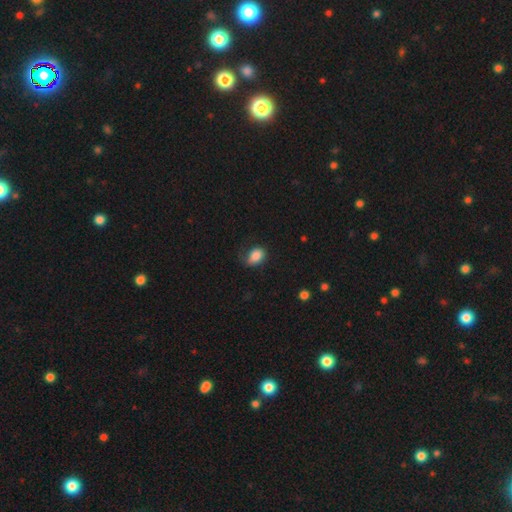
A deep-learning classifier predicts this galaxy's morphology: smooth_or_featured: smooth (p=0.84) [alt: featured or disk p=0.08]
how_rounded: in between (p=0.77) [alt: round p=0.22]
merging: none (p=0.51) [alt: minor disturbance p=0.31]